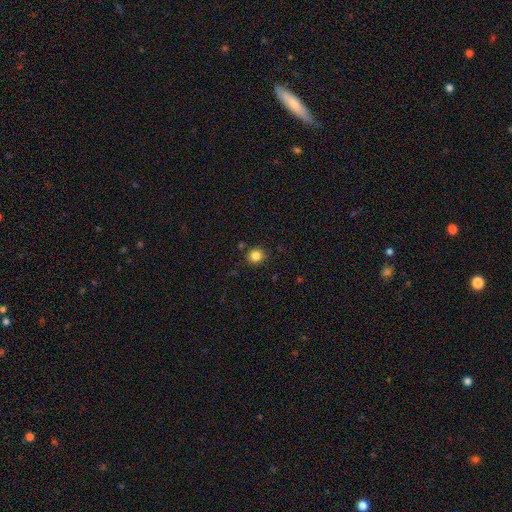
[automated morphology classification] smooth 83%, star or artifact 12%, featured or disk 5%. Down the decision tree: how rounded — round (90%); merging — none (89%).